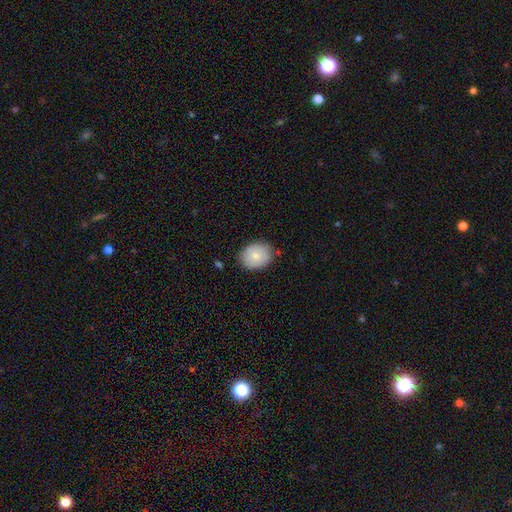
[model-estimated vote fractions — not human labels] This appears to be a smooth galaxy with no disk features (81%) that is round (54%). Merging: none (81%).